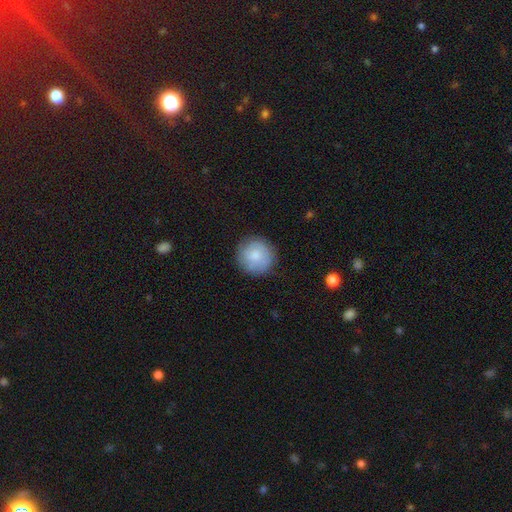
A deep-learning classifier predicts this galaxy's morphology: A smooth galaxy with no disk features (74%) that is round (95%).

Vote fractions:
- Smooth or featured? smooth: 74% / featured or disk: 19% / star or artifact: 7%
- How rounded? round: 95% / in between: 4% / cigar-shaped: 1%
- Merging? none: 84% / minor disturbance: 11% / major disturbance: 3% / merger: 1%